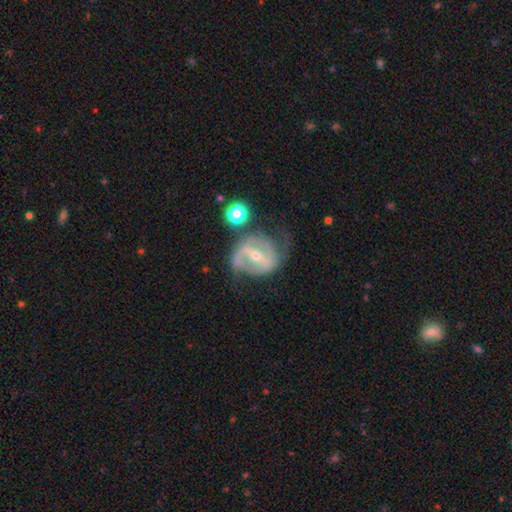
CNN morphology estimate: Overall: featured or disk (81%). Edge-on disk: no (95%). Bar: strong (57%; weak 31%). Spiral arms: yes (79%). Spiral arm count: 2 (69%). Spiral winding: medium (43%; tight 31%). Bulge size: small (51%; moderate 46%). Merging: none (51%; minor disturbance 24%).